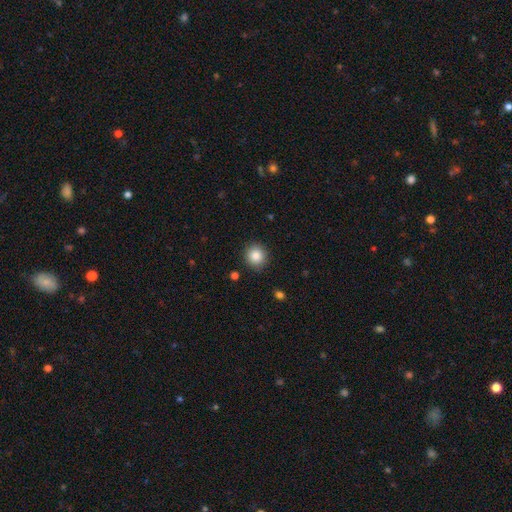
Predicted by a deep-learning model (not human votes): Smooth or featured?
  - smooth: 85% *
  - star or artifact: 9%
  - featured or disk: 6%
How rounded?
  - round: 89% *
  - in between: 10%
  - cigar-shaped: 1%
Merging?
  - none: 90% *
  - minor disturbance: 7%
  - major disturbance: 2%
  - merger: 1%